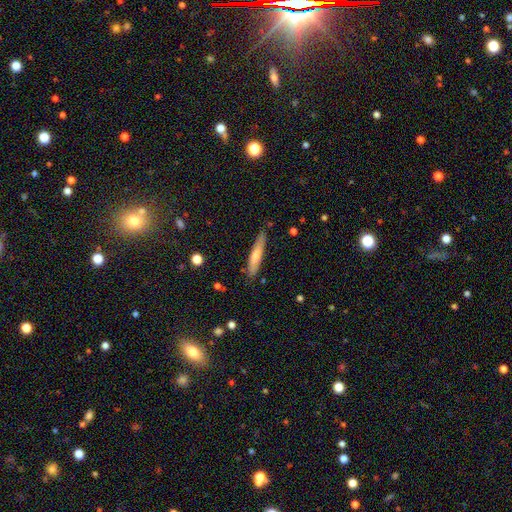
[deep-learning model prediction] This is likely a smooth galaxy (67%). How rounded: clearly cigar-shaped (88%). Merging: likely none (79%).